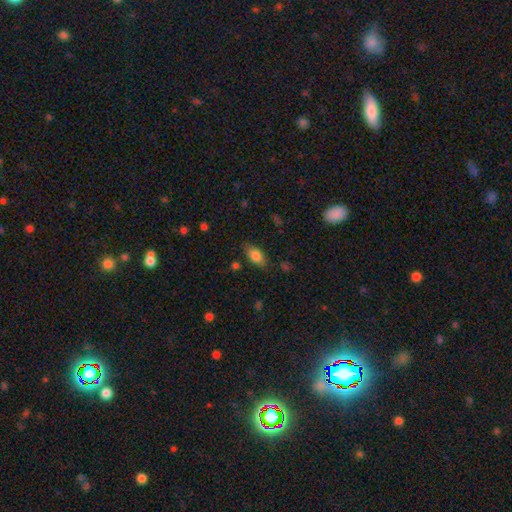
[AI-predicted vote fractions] Morphology: type=smooth (82%); roundness=in between (89%); merging=none (80%).